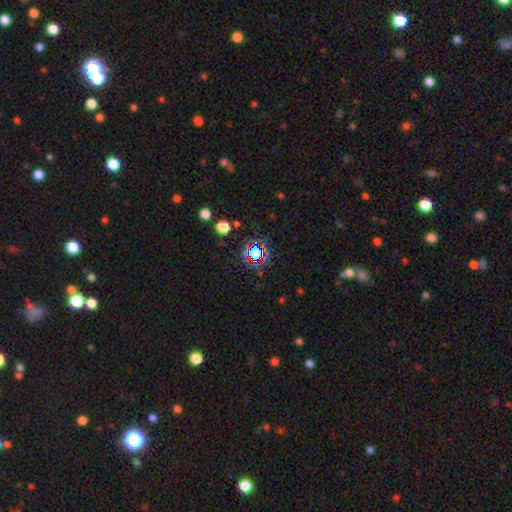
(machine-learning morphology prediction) The model was most divided on "smooth or featured": star or artifact: 66%, smooth: 23%, featured or disk: 11%.